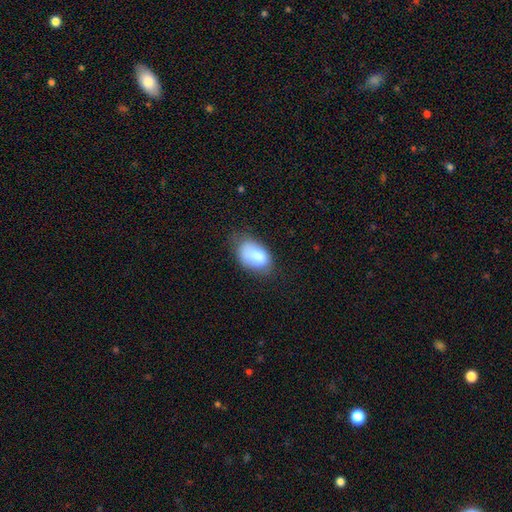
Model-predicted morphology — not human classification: Smooth or featured? smooth (84%)
How rounded? in between (91%)
Merging? none (51%)